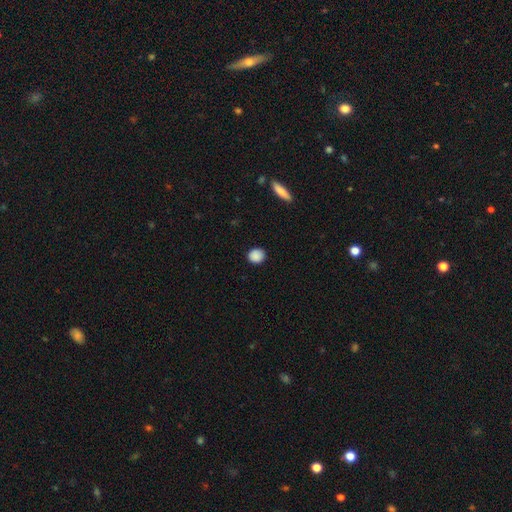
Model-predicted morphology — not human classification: Q: Smooth or featured?
A: smooth (88%); runner-up: star or artifact (9%)
Q: How rounded?
A: round (80%); runner-up: in between (19%)
Q: Merging?
A: none (89%); runner-up: minor disturbance (8%)